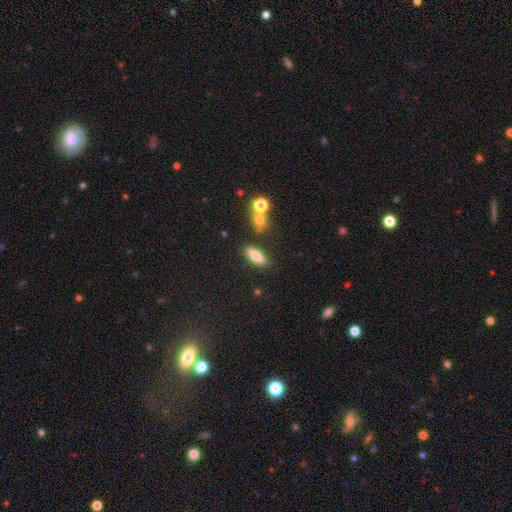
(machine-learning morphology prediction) smooth 74%, featured or disk 17%, star or artifact 9%. Down the decision tree: how rounded — in between (59%); merging — none (79%).